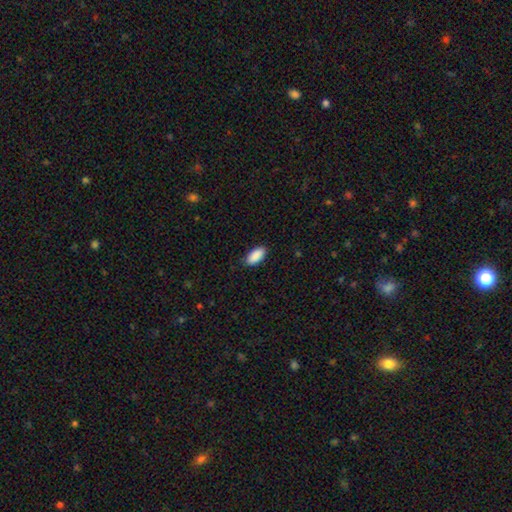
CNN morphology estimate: This appears to be a smooth galaxy with no disk features (90%) that is in between round and cigar-shaped (92%). Merging: none (87%).